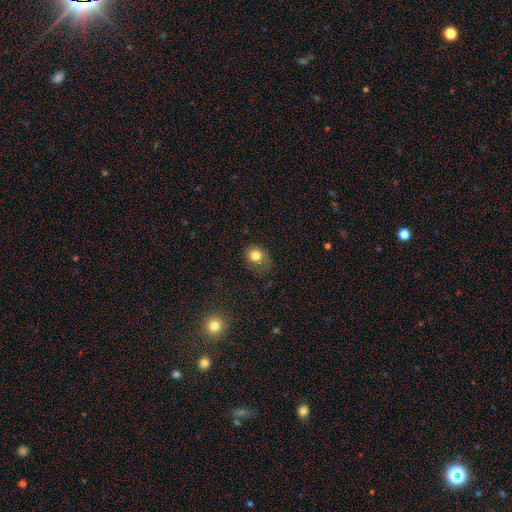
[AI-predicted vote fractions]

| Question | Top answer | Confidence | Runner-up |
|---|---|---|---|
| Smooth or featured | smooth | 80% | star or artifact (12%) |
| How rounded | round | 71% | in between (29%) |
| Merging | none | 59% | minor disturbance (26%) |